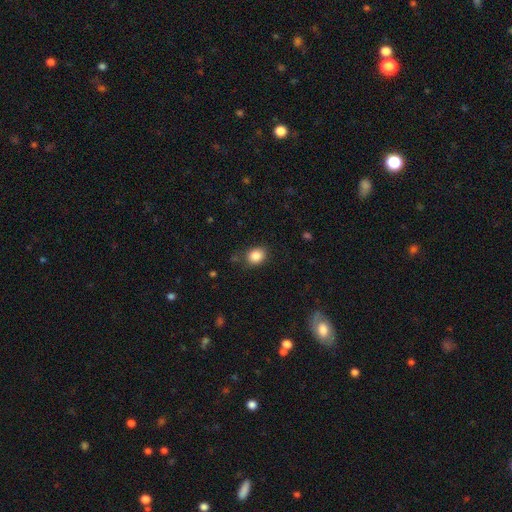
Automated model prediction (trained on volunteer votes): Smooth or featured? Predicted: smooth (p=0.85). How rounded? Predicted: round (p=0.56). Merging? Predicted: none (p=0.81).